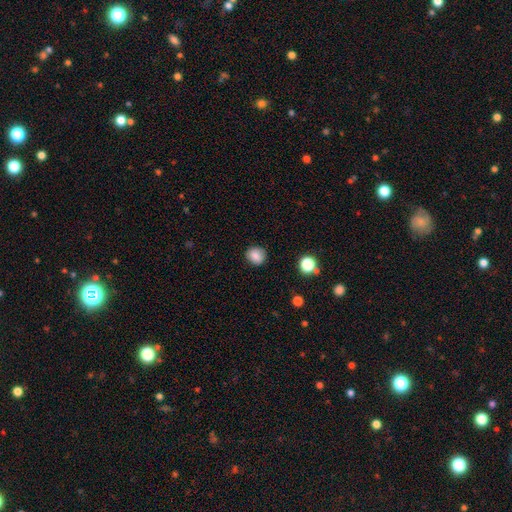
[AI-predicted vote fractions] smooth 85%, star or artifact 10%, featured or disk 5%. Down the decision tree: how rounded — round (78%); merging — none (86%).